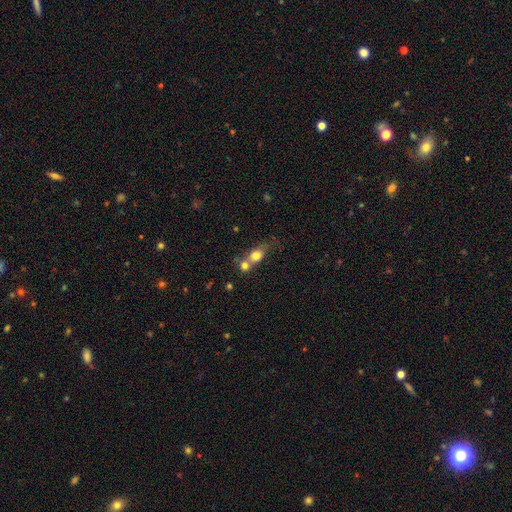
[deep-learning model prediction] smooth-or-featured: smooth: 75% | featured or disk: 16% | star or artifact: 10%
  how-rounded: in between: 48% | round: 47% | cigar-shaped: 6%
  merging: merger: 57% | none: 27% | minor disturbance: 10% | major disturbance: 7%